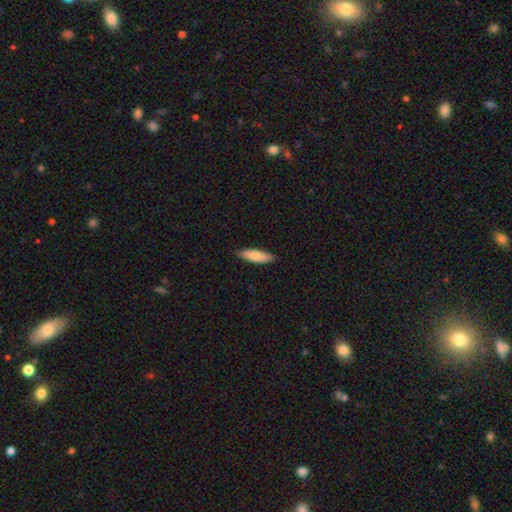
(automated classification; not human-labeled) Smooth or featured? smooth (79%)
How rounded? cigar-shaped (51%)
Merging? none (85%)